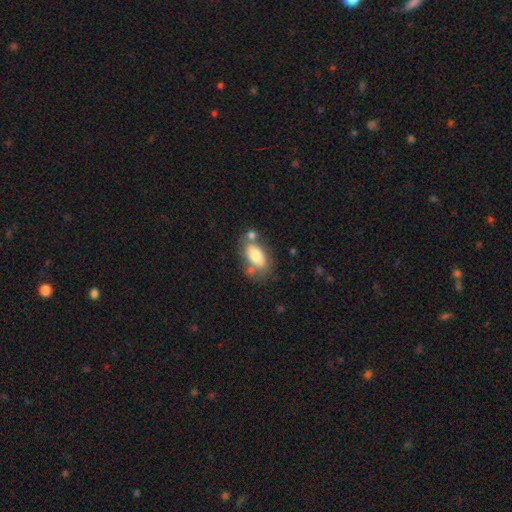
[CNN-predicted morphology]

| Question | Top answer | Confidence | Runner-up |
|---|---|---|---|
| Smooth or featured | smooth | 70% | featured or disk (23%) |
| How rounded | in between | 90% | round (7%) |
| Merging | none | 52% | merger (22%) |